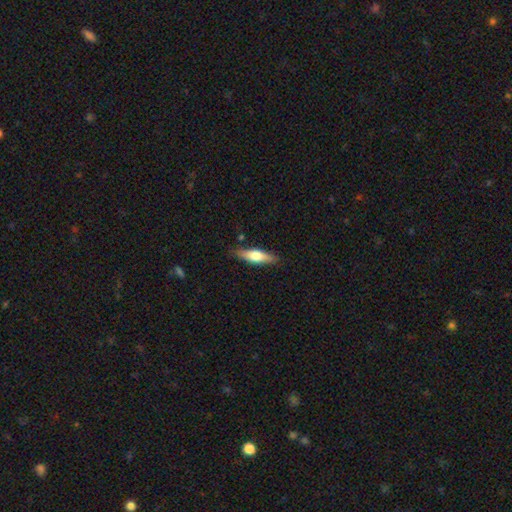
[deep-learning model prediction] This is likely a smooth galaxy (61%). How rounded: possibly cigar-shaped (58%). Merging: clearly none (85%).